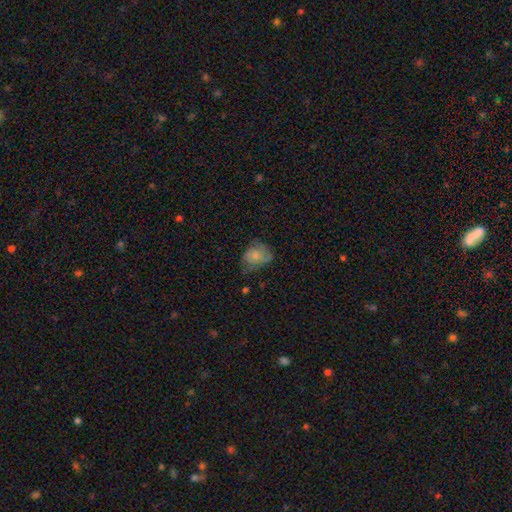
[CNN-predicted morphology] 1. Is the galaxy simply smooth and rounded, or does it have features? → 63% smooth, 28% featured or disk, 9% star or artifact.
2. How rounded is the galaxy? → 55% in between, 44% round, 1% cigar-shaped.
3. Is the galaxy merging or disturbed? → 46% none, 34% minor disturbance, 18% major disturbance, 2% merger.